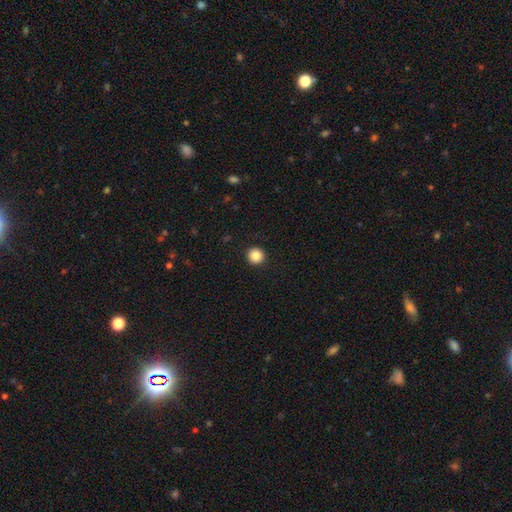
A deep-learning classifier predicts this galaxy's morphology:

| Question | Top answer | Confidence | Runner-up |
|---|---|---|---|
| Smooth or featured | smooth | 86% | star or artifact (10%) |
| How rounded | round | 95% | in between (4%) |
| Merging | none | 93% | minor disturbance (4%) |